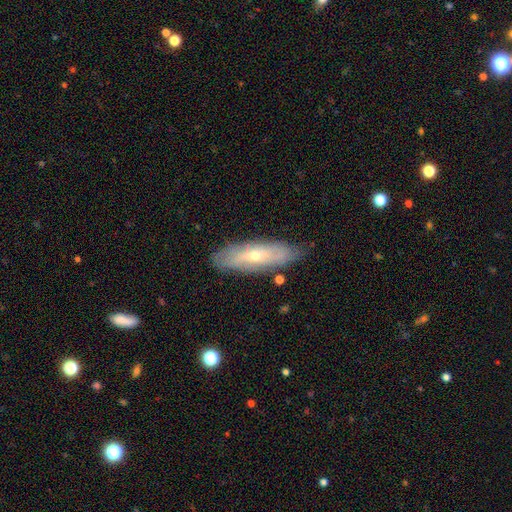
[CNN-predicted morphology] Q: Smooth or featured?
A: featured or disk (54%); runner-up: smooth (40%)
Q: Edge-on disk?
A: no (64%); runner-up: yes (36%)
Q: Merging?
A: none (79%); runner-up: minor disturbance (16%)